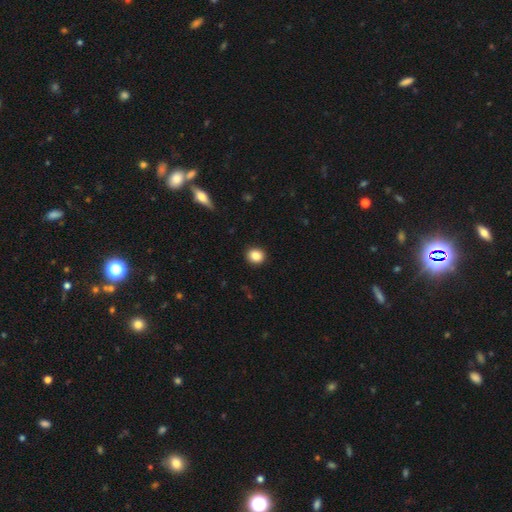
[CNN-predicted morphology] This appears to be a smooth galaxy with no disk features (87%) that is round (78%). Merging: none (91%).